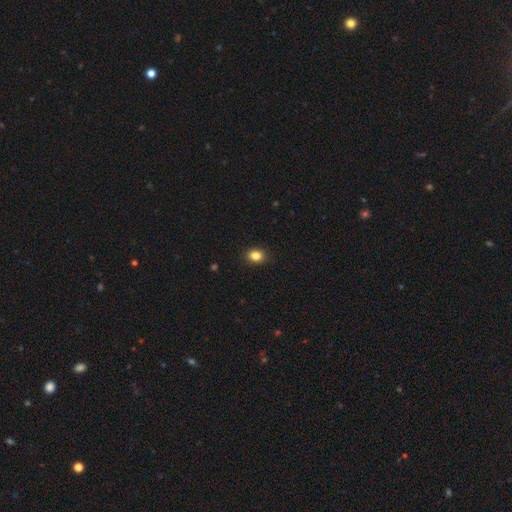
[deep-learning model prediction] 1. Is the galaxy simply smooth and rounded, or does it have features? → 85% smooth, 11% star or artifact, 5% featured or disk.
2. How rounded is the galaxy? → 53% in between, 46% round, 1% cigar-shaped.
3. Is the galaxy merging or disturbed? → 89% none, 8% minor disturbance, 2% major disturbance, 1% merger.